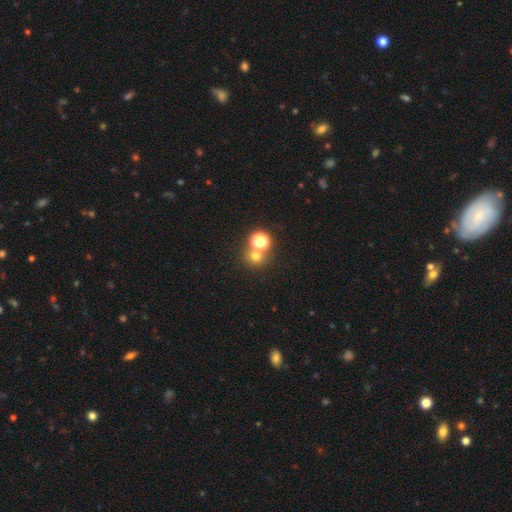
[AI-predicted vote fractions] Q: Smooth or featured?
A: smooth (66%); runner-up: star or artifact (26%)
Q: How rounded?
A: round (87%); runner-up: in between (12%)
Q: Merging?
A: none (61%); runner-up: merger (29%)